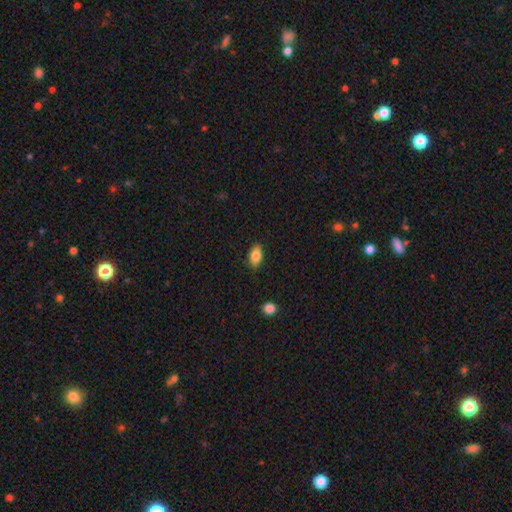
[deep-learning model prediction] Morphology: type=smooth (82%); roundness=in between (90%); merging=none (87%).